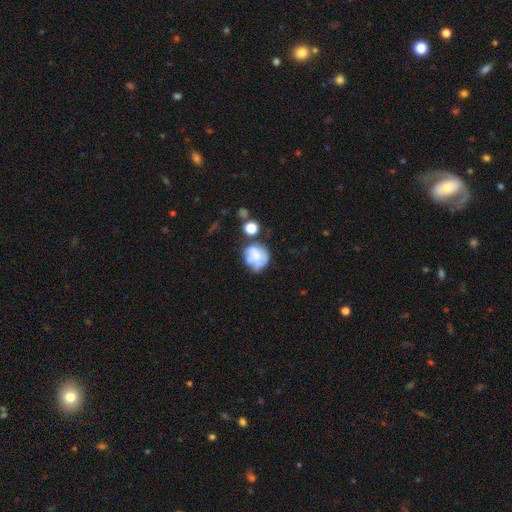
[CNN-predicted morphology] A smooth galaxy with no disk features (50%).

Vote fractions:
- Smooth or featured? smooth: 50% / featured or disk: 39% / star or artifact: 11%
- Merging? none: 44% / minor disturbance: 25% / major disturbance: 17% / merger: 14%